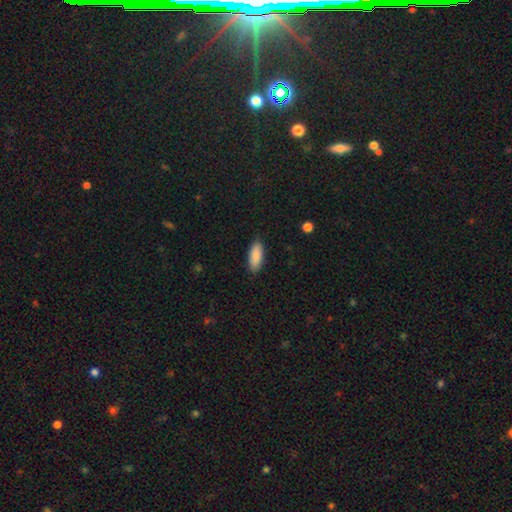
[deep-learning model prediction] smooth_or_featured: smooth (p=0.90) [alt: star or artifact p=0.06]
how_rounded: in between (p=0.81) [alt: cigar-shaped p=0.18]
merging: none (p=0.88) [alt: minor disturbance p=0.09]